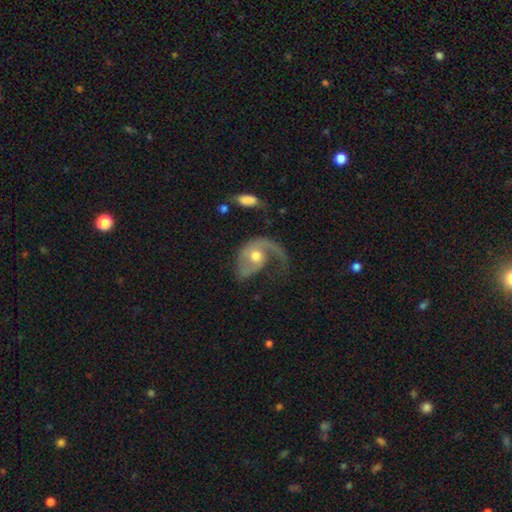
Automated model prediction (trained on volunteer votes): Morphology: type=featured or disk (80%); edge-on=no (97%); bar=no (72%); spiral arms=yes (90%); winding=loose (45%); arm count=1 (70%); bulge=moderate (71%); merging=major disturbance (48%).